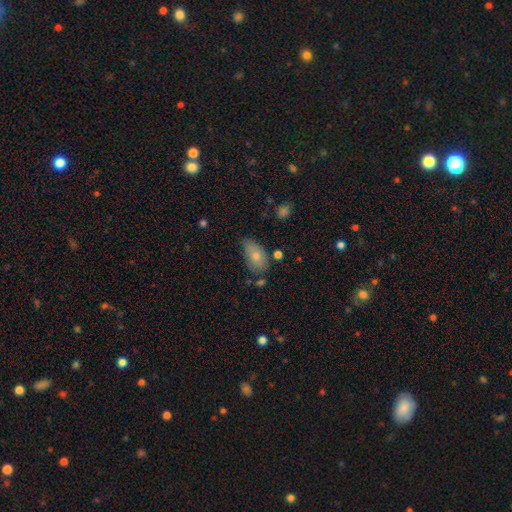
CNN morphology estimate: Smooth or featured? Predicted: smooth (p=0.75). How rounded? Predicted: in between (p=0.91). Merging? Predicted: none (p=0.52).